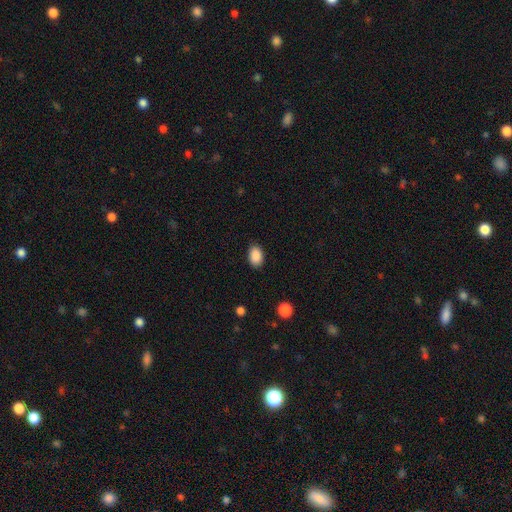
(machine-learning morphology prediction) Smooth or featured?
  - smooth: 89% *
  - star or artifact: 8%
  - featured or disk: 3%
How rounded?
  - in between: 81% *
  - round: 18%
  - cigar-shaped: 1%
Merging?
  - none: 87% *
  - minor disturbance: 10%
  - major disturbance: 2%
  - merger: 1%